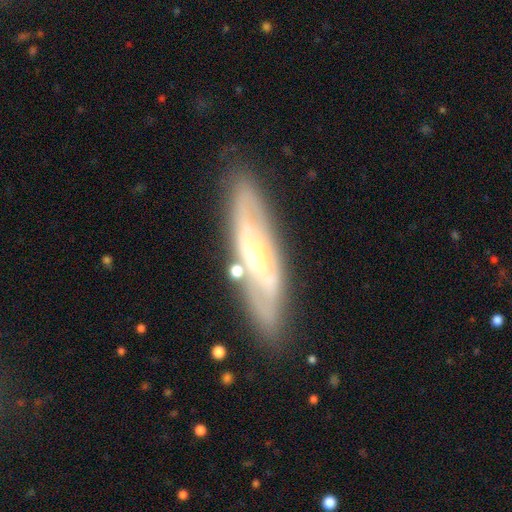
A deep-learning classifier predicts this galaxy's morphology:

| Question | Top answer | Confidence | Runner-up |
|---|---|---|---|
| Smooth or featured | featured or disk | 72% | smooth (22%) |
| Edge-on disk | no | 66% | yes (34%) |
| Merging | none | 81% | minor disturbance (12%) |